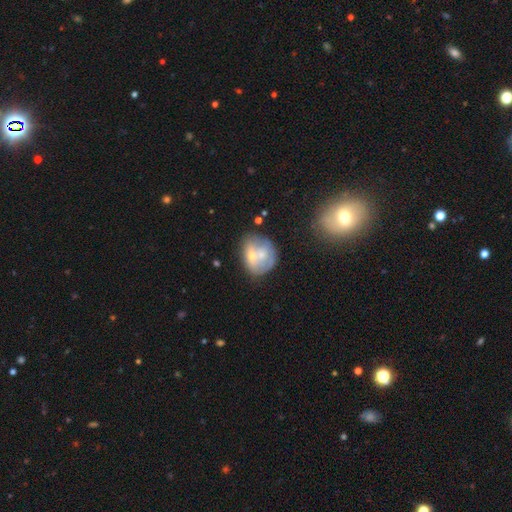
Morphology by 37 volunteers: Smooth or featured? 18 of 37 (49%) said featured or disk. Edge-on disk? 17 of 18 (94%) said no. Bar? 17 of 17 (100%) said no. Spiral arms? 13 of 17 (76%) said no. Bulge size? 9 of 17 (53%) said moderate. Merging? 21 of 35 (60%) said merger.